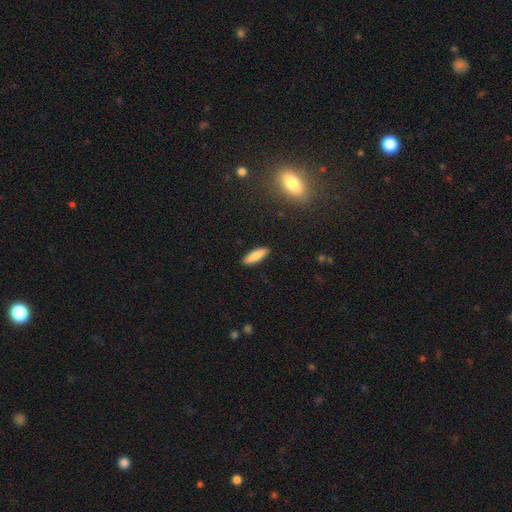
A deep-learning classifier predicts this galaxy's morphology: A smooth galaxy with no disk features (83%) that is in between round and cigar-shaped (53%).

Vote fractions:
- Smooth or featured? smooth: 83% / featured or disk: 10% / star or artifact: 7%
- How rounded? in between: 53% / cigar-shaped: 45% / round: 2%
- Merging? none: 90% / minor disturbance: 7% / major disturbance: 2% / merger: 1%